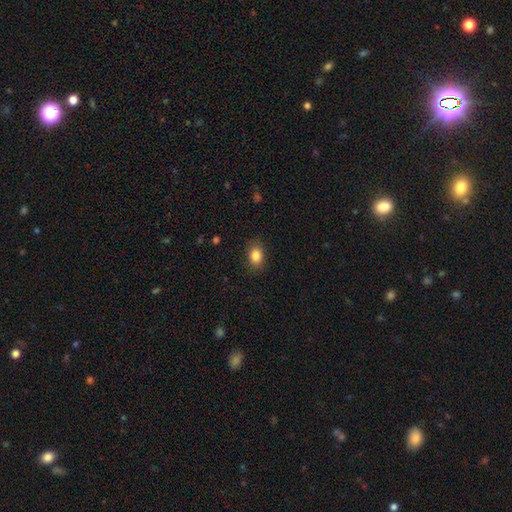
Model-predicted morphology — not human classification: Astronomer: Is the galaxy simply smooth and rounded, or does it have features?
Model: smooth — 85%.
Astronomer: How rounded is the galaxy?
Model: in between — 67%.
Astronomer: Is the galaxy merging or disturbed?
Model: none — 84%.